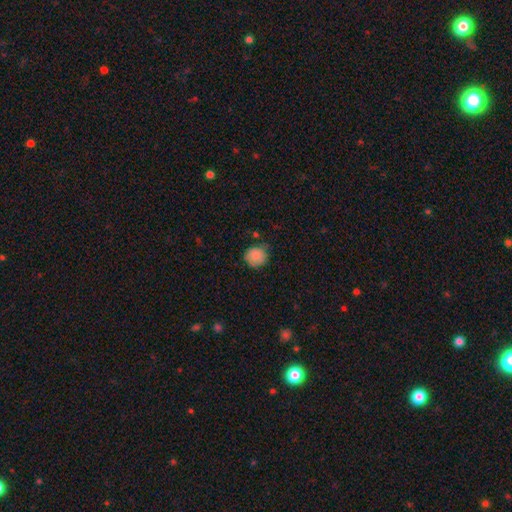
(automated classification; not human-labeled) Overall: smooth (87%). How rounded: round (86%). Merging: none (70%).